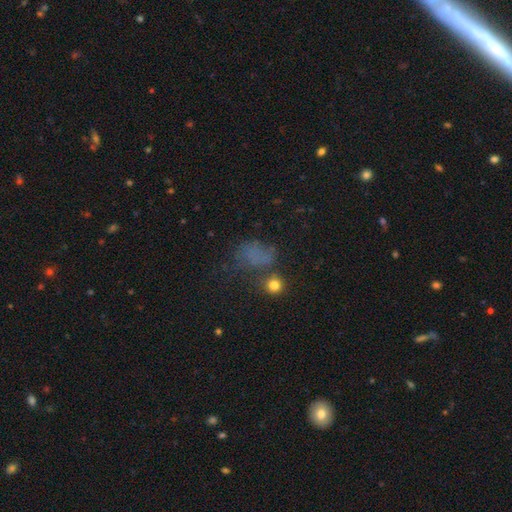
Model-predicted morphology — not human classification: smooth 52%, star or artifact 29%, featured or disk 19%. Down the decision tree: how rounded — in between (59%); merging — none (38%).